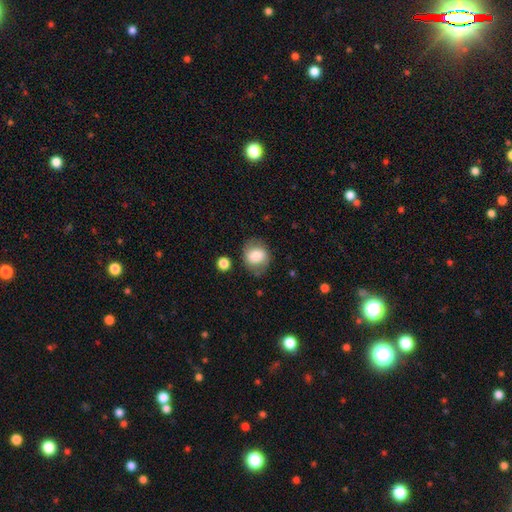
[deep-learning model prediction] Smooth or featured? smooth (75%)
How rounded? round (64%)
Merging? none (74%)